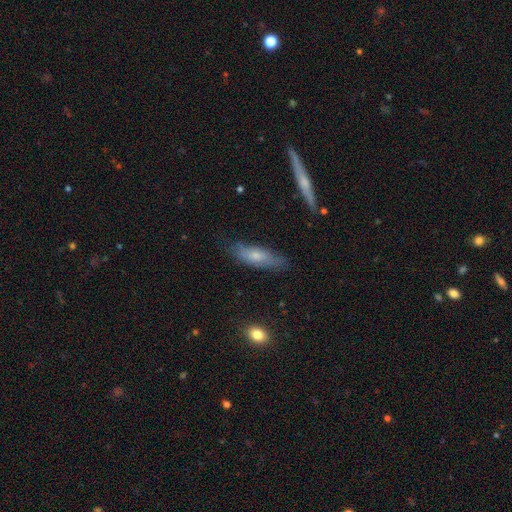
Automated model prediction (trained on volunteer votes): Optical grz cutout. It shows a smooth galaxy with no disk features (59%) that is in between round and cigar-shaped (49%, tied with cigar-shaped). Merging: none (69%).